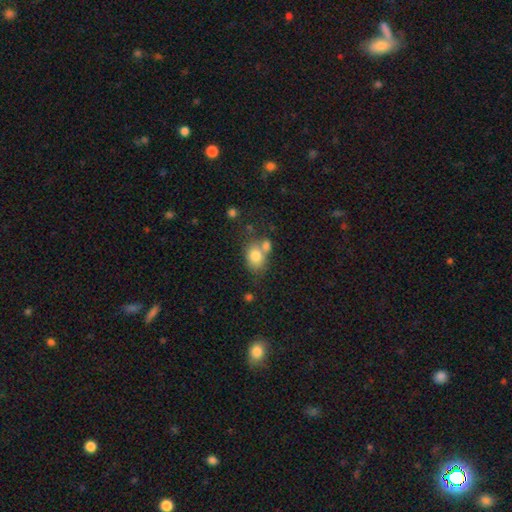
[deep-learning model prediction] Smooth or featured: smooth — 78% (featured or disk — 12%)
How rounded: in between — 63% (round — 36%)
Merging: none — 45% (merger — 36%)